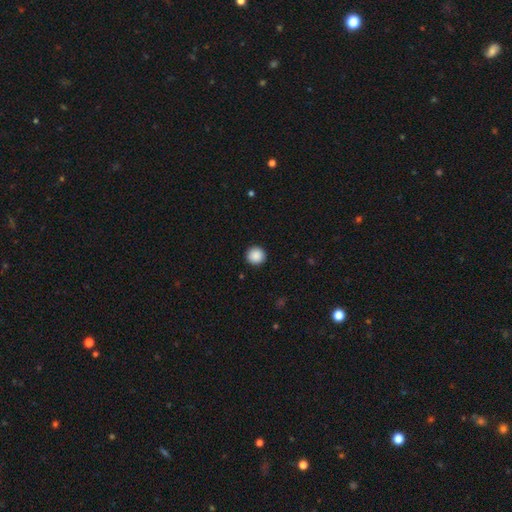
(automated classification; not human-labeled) smooth 89%, star or artifact 9%, featured or disk 2%. Down the decision tree: how rounded — round (95%); merging — none (93%).